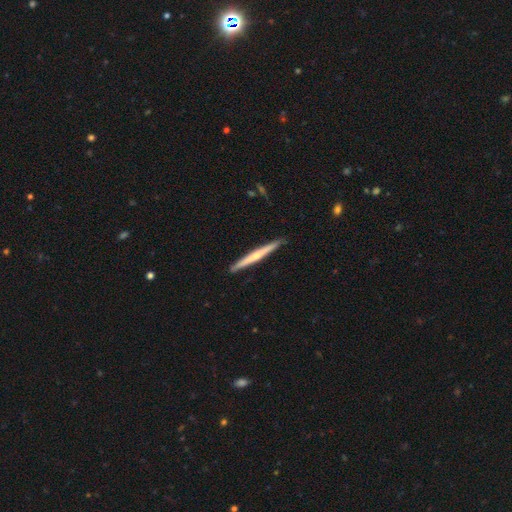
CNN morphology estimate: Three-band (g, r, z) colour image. It shows a featured or disk galaxy (57%) viewed edge-on (97%) with a rounded central bulge (54%). Merging: none (90%).